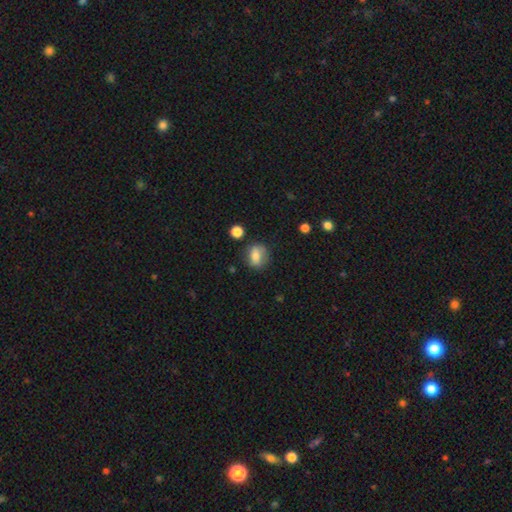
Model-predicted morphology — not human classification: smooth-or-featured: smooth: 68% | featured or disk: 22% | star or artifact: 10%
  how-rounded: round: 59% | in between: 38% | cigar-shaped: 2%
  merging: none: 75% | minor disturbance: 17% | major disturbance: 5% | merger: 3%